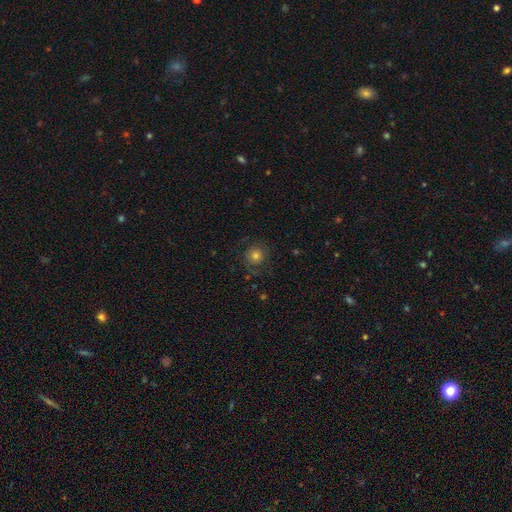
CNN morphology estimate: A smooth galaxy with no disk features (63%) that is round (92%). Merging: none (77%).